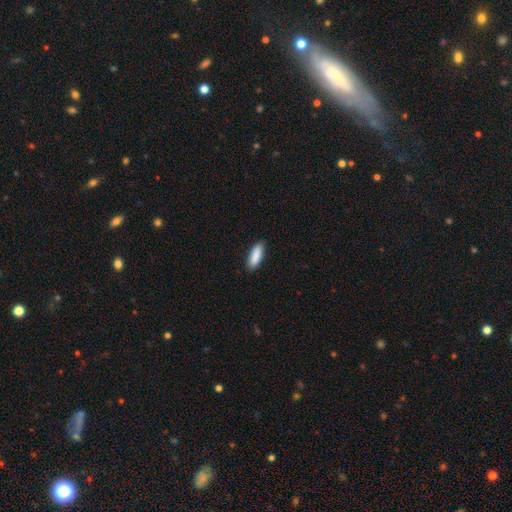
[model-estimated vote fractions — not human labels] The model was most divided on "how rounded": in between: 60%, cigar-shaped: 39%, round: 2%. More confident: smooth or featured — smooth (90%); merging — none (88%).